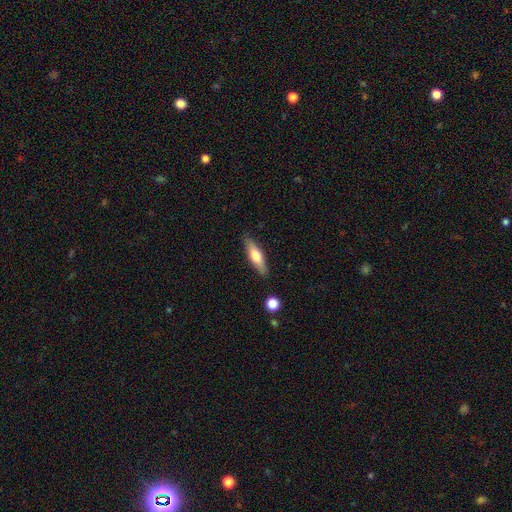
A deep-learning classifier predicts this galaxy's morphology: Q: Smooth or featured?
A: smooth (60%); runner-up: featured or disk (34%)
Q: How rounded?
A: cigar-shaped (62%); runner-up: in between (36%)
Q: Merging?
A: none (85%); runner-up: minor disturbance (10%)